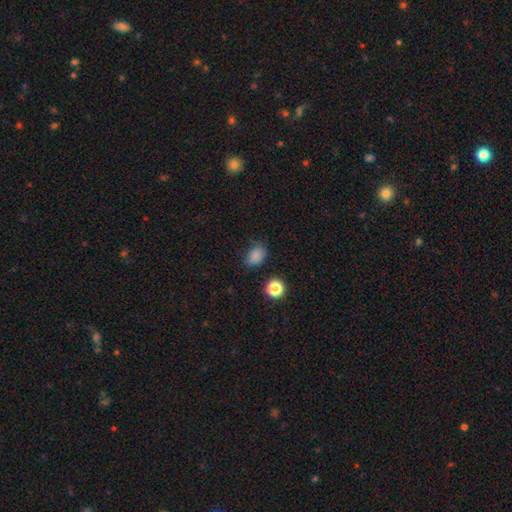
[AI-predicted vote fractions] Q: Smooth or featured?
A: smooth (82%); runner-up: star or artifact (13%)
Q: How rounded?
A: in between (74%); runner-up: round (24%)
Q: Merging?
A: none (71%); runner-up: minor disturbance (21%)